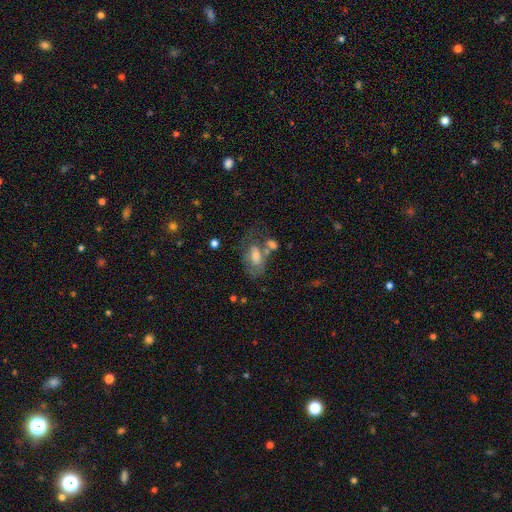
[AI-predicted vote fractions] Smooth or featured? Predicted: smooth (p=0.48). Merging? Predicted: none (p=0.37).